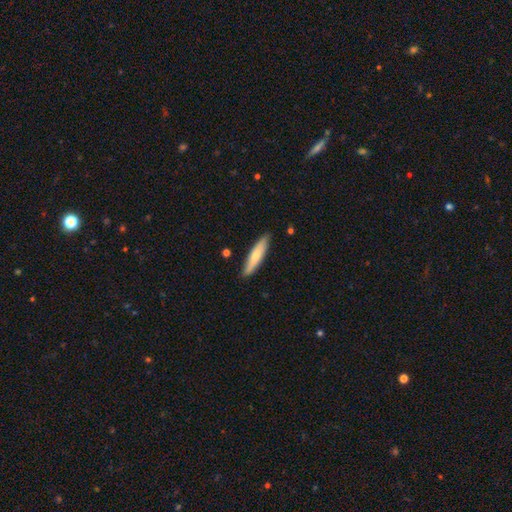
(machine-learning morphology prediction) The model was most divided on "smooth or featured": smooth: 68%, featured or disk: 27%, star or artifact: 5%. More confident: merging — none (86%); how rounded — cigar-shaped (82%).